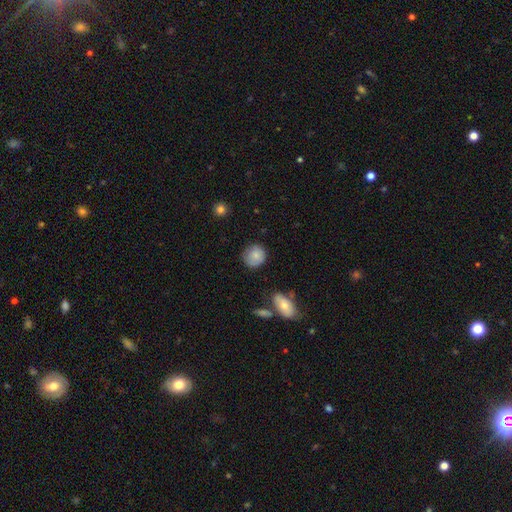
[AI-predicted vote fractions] A smooth galaxy with no disk features (83%) that is round (78%). Merging: none (73%).